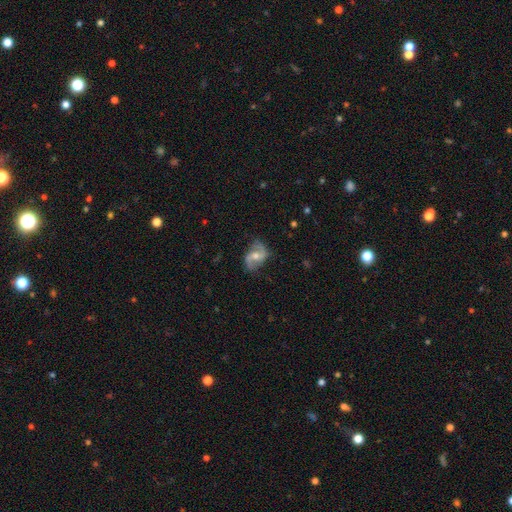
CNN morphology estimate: Smooth or featured: featured or disk — 83% (smooth — 11%)
Edge-on disk: no — 97% (yes — 3%)
Bar: weak — 43% (no — 41%)
Spiral arms: yes — 94% (no — 6%)
Spiral winding: loose — 56% (medium — 34%)
Spiral arm count: 2 — 92% (can't tell — 3%)
Bulge size: moderate — 64% (small — 30%)
Merging: none — 76% (minor disturbance — 17%)